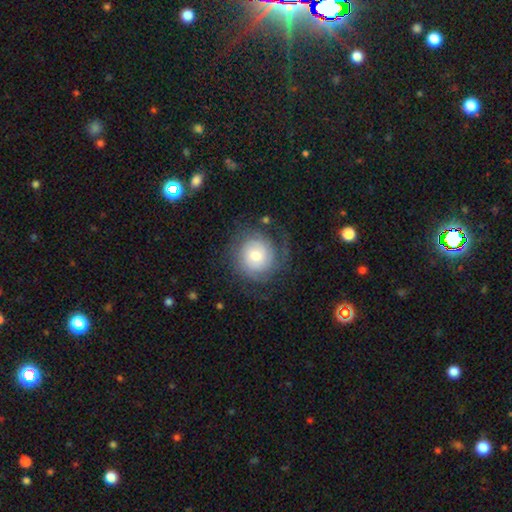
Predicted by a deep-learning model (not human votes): The model was most divided on "spiral arm count": can't tell: 36%, 2: 32%, 3: 13%, 1: 9%, 4: 6%, more than 4: 5%. More confident: edge-on disk — no (97%); spiral arms — yes (87%); bar — no (77%); merging — none (69%); spiral winding — tight (61%); smooth or featured — featured or disk (60%); bulge size — moderate (53%).